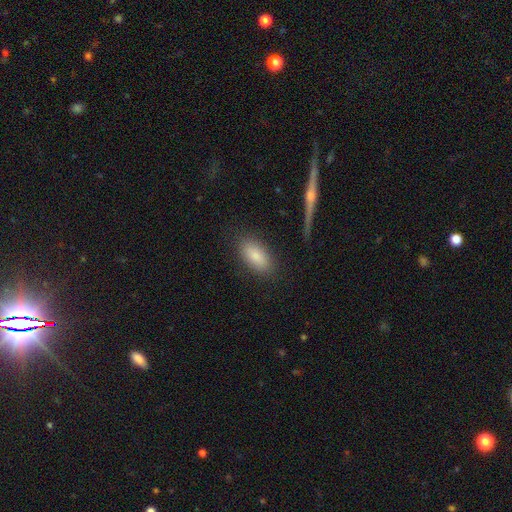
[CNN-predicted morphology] Overall: smooth (84%). How rounded: in between (89%). Merging: none (84%).